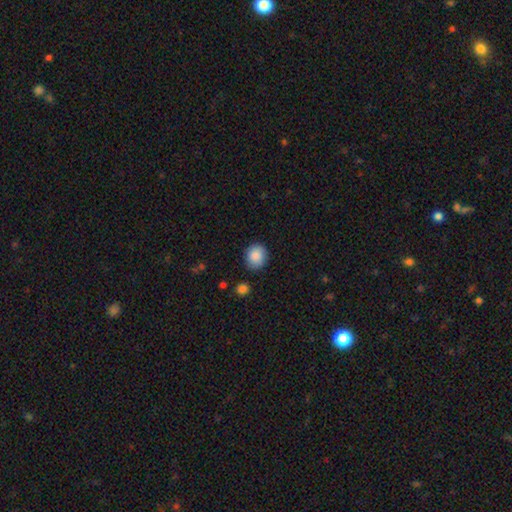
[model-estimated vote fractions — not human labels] Q: Smooth or featured?
A: smooth (88%); runner-up: star or artifact (8%)
Q: How rounded?
A: round (81%); runner-up: in between (18%)
Q: Merging?
A: none (87%); runner-up: minor disturbance (9%)